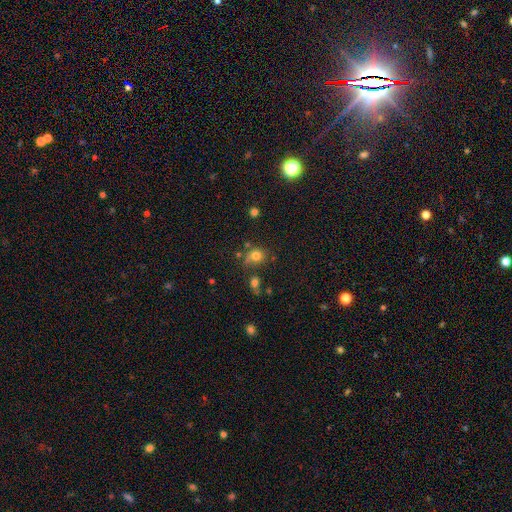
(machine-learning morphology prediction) type=smooth (76%); roundness=round (72%); merging=none (61%).